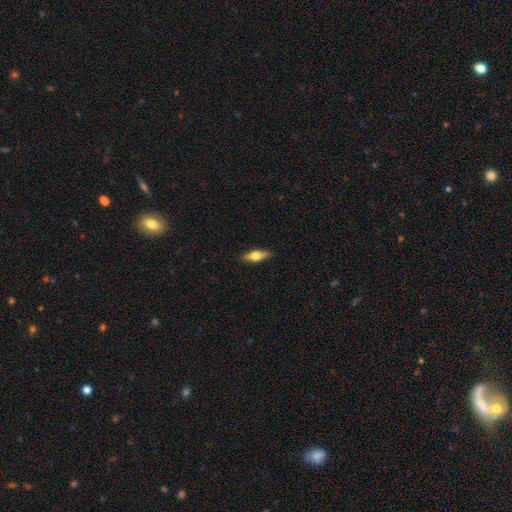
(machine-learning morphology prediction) A smooth galaxy with no disk features (59%) that is in between round and cigar-shaped (52%). Merging: none (89%).